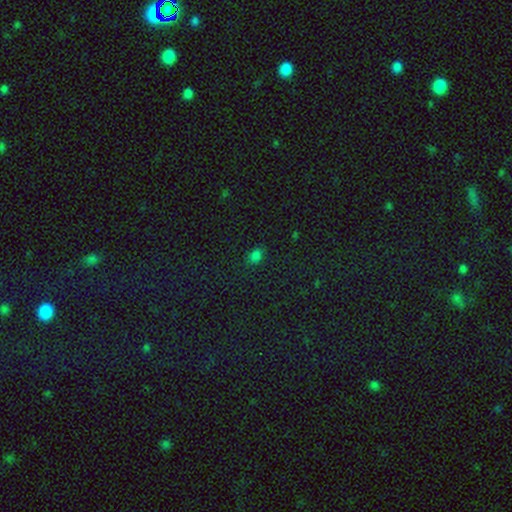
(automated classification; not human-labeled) This is likely a smooth galaxy (75%). How rounded: likely in between (68%). Merging: clearly none (81%).